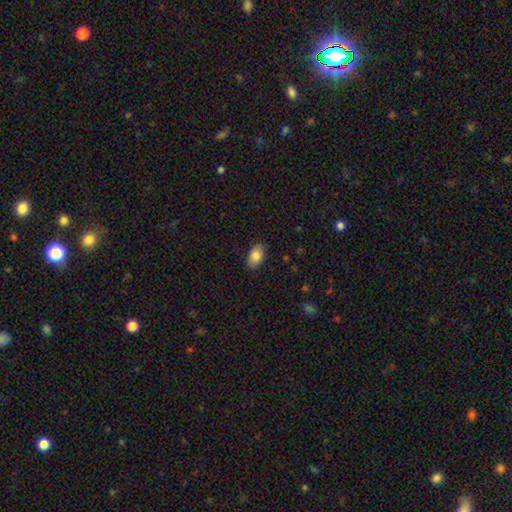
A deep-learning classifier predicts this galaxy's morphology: Overall: smooth (86%). How rounded: in between (92%). Merging: none (88%).